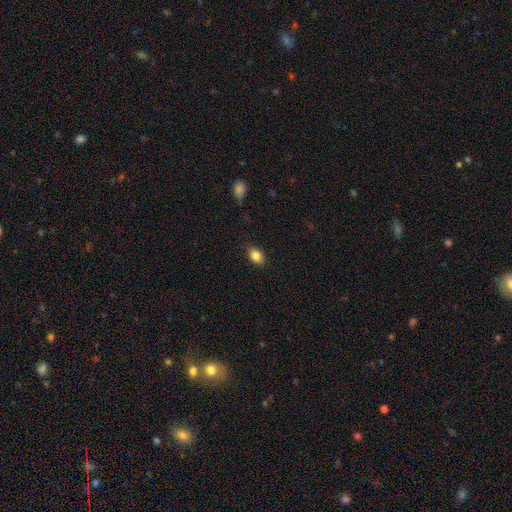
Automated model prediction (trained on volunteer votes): Smooth or featured?
  - smooth: 84% *
  - star or artifact: 9%
  - featured or disk: 7%
How rounded?
  - in between: 78% *
  - round: 21%
  - cigar-shaped: 2%
Merging?
  - none: 84% *
  - minor disturbance: 13%
  - major disturbance: 3%
  - merger: 1%